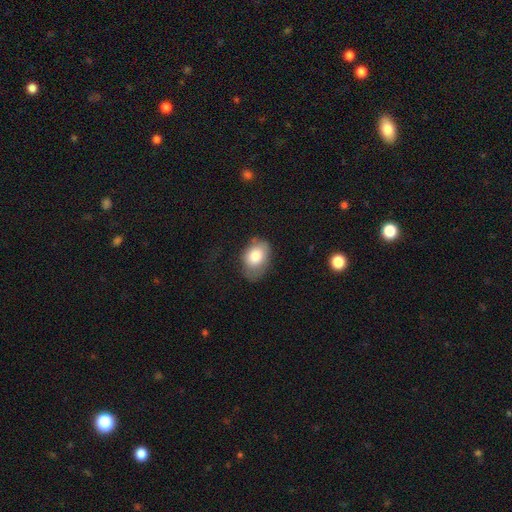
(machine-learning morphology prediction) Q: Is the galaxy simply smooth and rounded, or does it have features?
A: smooth — 79%.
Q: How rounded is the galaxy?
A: in between — 79%.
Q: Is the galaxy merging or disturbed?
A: none — 51%.